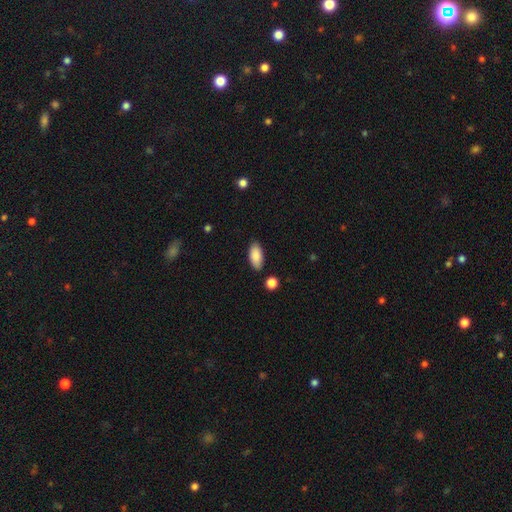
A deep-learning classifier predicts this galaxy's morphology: The model was most divided on "merging": none: 84%, minor disturbance: 11%, merger: 3%, major disturbance: 2%. More confident: how rounded — in between (91%); smooth or featured — smooth (87%).